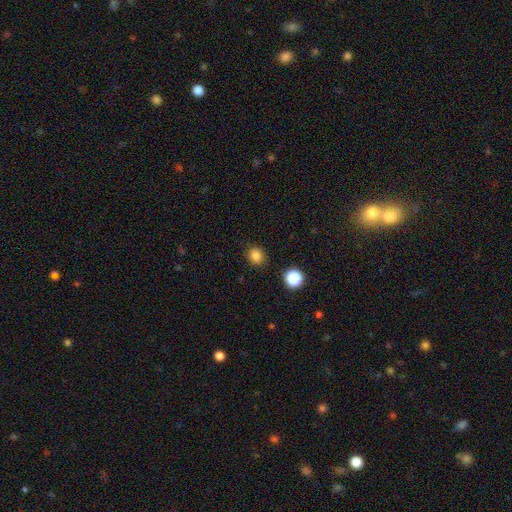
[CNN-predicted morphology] A smooth galaxy with no disk features (83%) that is round (81%).

Vote fractions:
- Smooth or featured? smooth: 83% / star or artifact: 13% / featured or disk: 4%
- How rounded? round: 81% / in between: 18% / cigar-shaped: 1%
- Merging? none: 86% / minor disturbance: 9% / major disturbance: 3% / merger: 2%